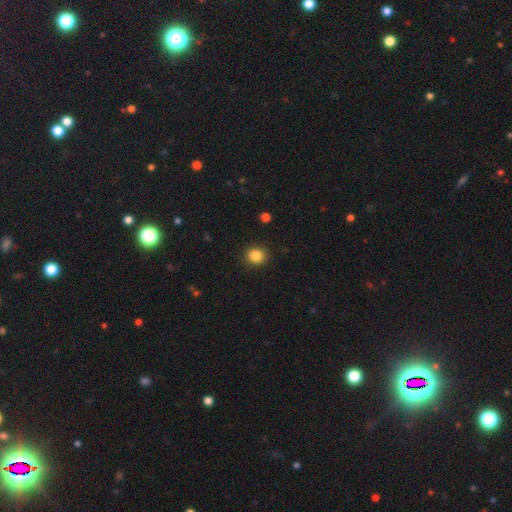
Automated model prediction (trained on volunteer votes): This is clearly a smooth galaxy (85%). How rounded: clearly round (83%). Merging: clearly none (91%).